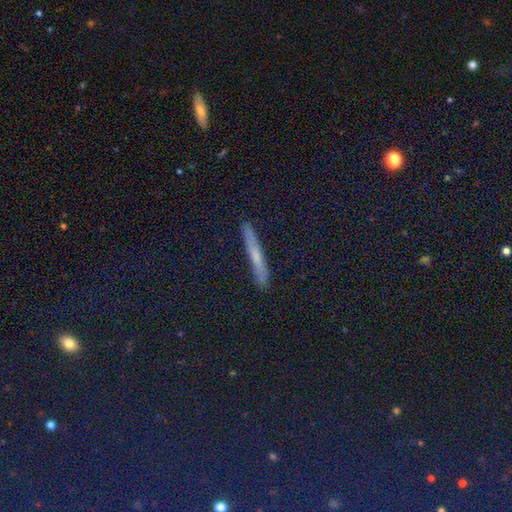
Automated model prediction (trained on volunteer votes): Smooth or featured? Predicted: smooth (p=0.41). Merging? Predicted: none (p=0.88).